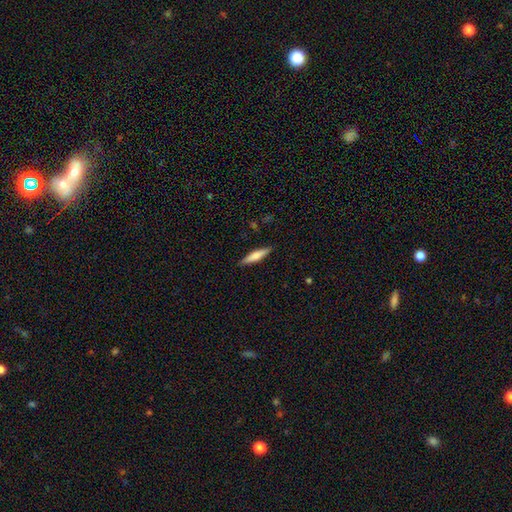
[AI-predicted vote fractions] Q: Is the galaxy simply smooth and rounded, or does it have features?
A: smooth — 61%.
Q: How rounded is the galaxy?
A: cigar-shaped — 84%.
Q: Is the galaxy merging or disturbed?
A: none — 89%.